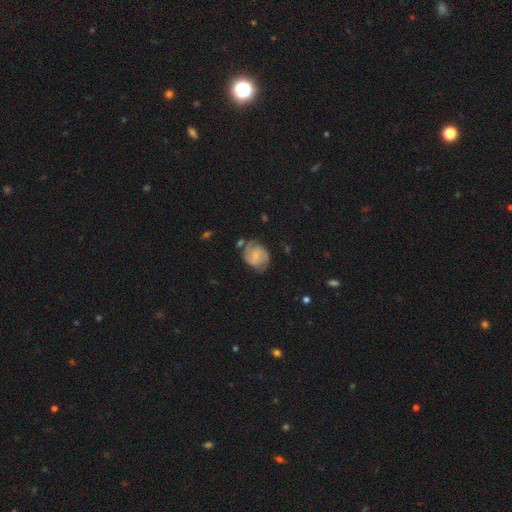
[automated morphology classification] smooth_or_featured: featured or disk (p=0.71) [alt: smooth p=0.23]
disk_edge_on: no (p=0.98) [alt: yes p=0.02]
bar: weak (p=0.47) [alt: no p=0.43]
has_spiral_arms: yes (p=0.93) [alt: no p=0.07]
spiral_winding: medium (p=0.45) [alt: tight p=0.40]
spiral_arm_count: 2 (p=0.71) [alt: can't tell p=0.13]
bulge_size: small (p=0.54) [alt: none p=0.22]
merging: none (p=0.65) [alt: minor disturbance p=0.22]